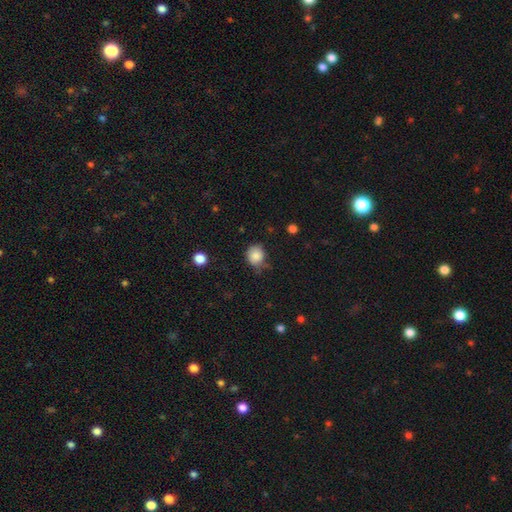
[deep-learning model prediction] Smooth or featured?
  - smooth: 86% *
  - star or artifact: 9%
  - featured or disk: 5%
How rounded?
  - round: 75% *
  - in between: 24%
  - cigar-shaped: 1%
Merging?
  - none: 65% *
  - minor disturbance: 26%
  - major disturbance: 6%
  - merger: 3%